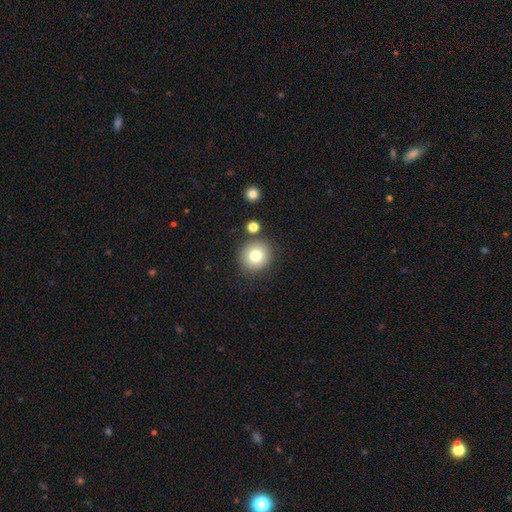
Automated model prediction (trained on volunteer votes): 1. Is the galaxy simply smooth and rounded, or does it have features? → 79% smooth, 11% star or artifact, 10% featured or disk.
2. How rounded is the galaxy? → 91% round, 8% in between, 1% cigar-shaped.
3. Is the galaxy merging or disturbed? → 84% none, 8% minor disturbance, 5% merger, 3% major disturbance.